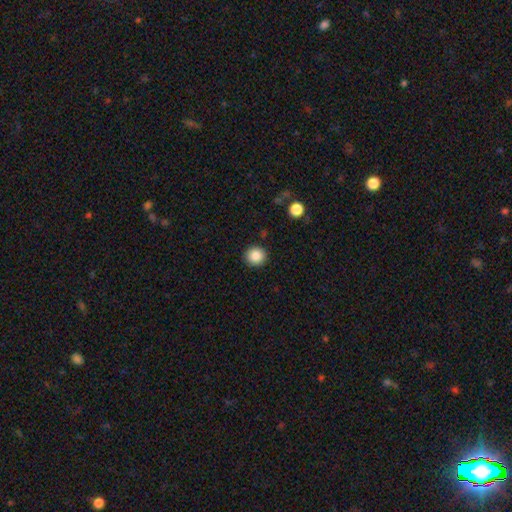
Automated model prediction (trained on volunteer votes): Overall: smooth (87%). How rounded: round (93%). Merging: none (91%).